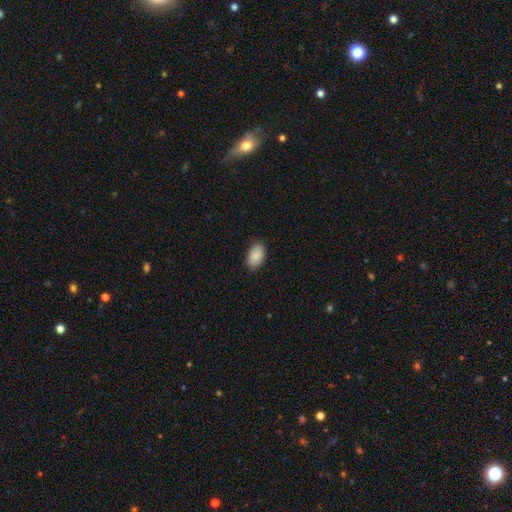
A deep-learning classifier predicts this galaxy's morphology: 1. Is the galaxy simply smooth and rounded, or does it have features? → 89% smooth, 6% star or artifact, 5% featured or disk.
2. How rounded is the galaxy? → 93% in between, 5% round, 1% cigar-shaped.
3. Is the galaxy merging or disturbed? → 86% none, 11% minor disturbance, 2% major disturbance, 1% merger.